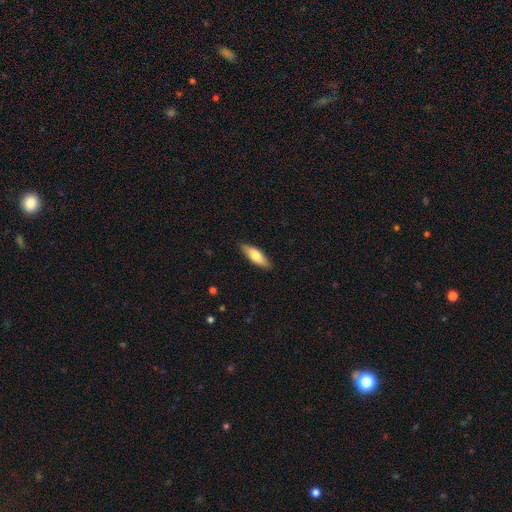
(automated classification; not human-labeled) The model was most divided on "how rounded": in between: 54%, cigar-shaped: 44%, round: 2%. More confident: merging — none (87%); smooth or featured — smooth (69%).